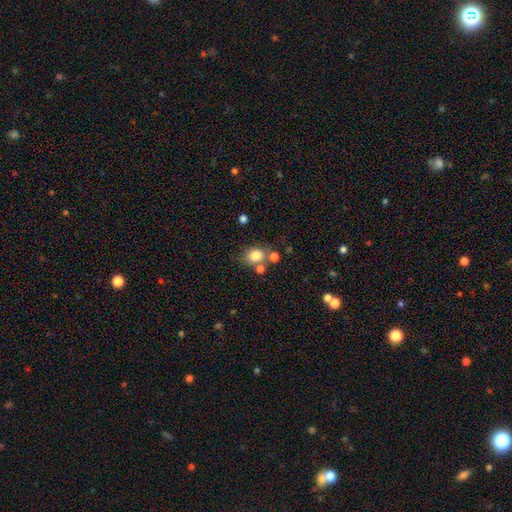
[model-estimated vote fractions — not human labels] This is clearly a smooth galaxy (81%). How rounded: possibly round (55%). Merging: likely none (62%).